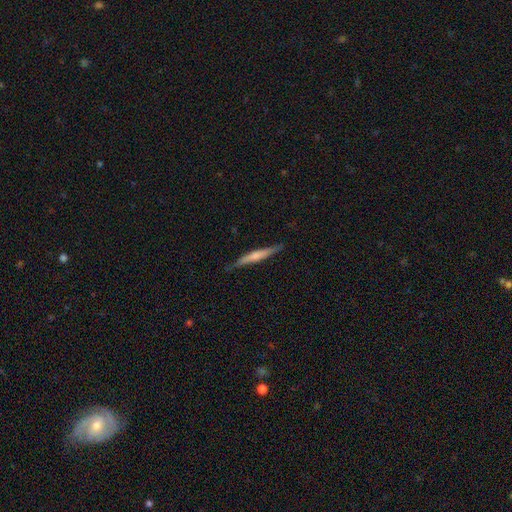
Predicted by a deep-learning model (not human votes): Smooth or featured: featured or disk — 48% (smooth — 47%)
Merging: none — 83% (minor disturbance — 13%)